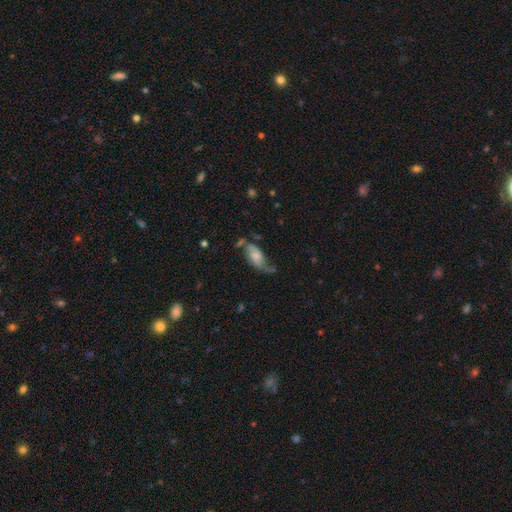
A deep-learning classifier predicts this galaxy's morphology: smooth_or_featured: featured or disk (p=0.62) [alt: smooth p=0.29]
disk_edge_on: no (p=0.93) [alt: yes p=0.07]
bar: no (p=0.59) [alt: weak p=0.32]
has_spiral_arms: yes (p=0.88) [alt: no p=0.12]
spiral_winding: loose (p=0.65) [alt: medium p=0.26]
spiral_arm_count: 2 (p=0.82) [alt: 1 p=0.09]
bulge_size: small (p=0.38) [alt: moderate p=0.26]
merging: none (p=0.42) [alt: minor disturbance p=0.26]